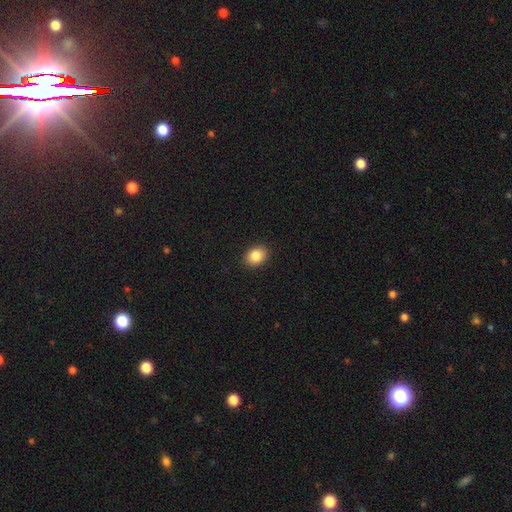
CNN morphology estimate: The model was most divided on "how rounded": in between: 61%, round: 38%, cigar-shaped: 1%. More confident: merging — none (91%); smooth or featured — smooth (85%).